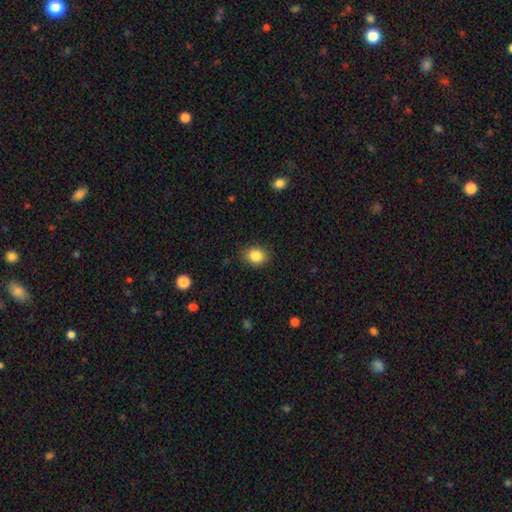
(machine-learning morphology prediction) Q: Smooth or featured?
A: smooth (86%); runner-up: star or artifact (9%)
Q: How rounded?
A: round (55%); runner-up: in between (44%)
Q: Merging?
A: none (86%); runner-up: minor disturbance (10%)